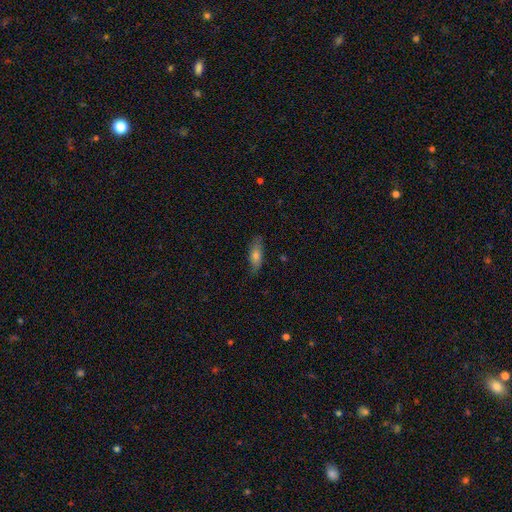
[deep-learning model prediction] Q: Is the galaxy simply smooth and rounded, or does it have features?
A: smooth — 67%.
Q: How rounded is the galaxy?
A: in between — 64%.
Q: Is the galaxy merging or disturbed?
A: none — 77%.